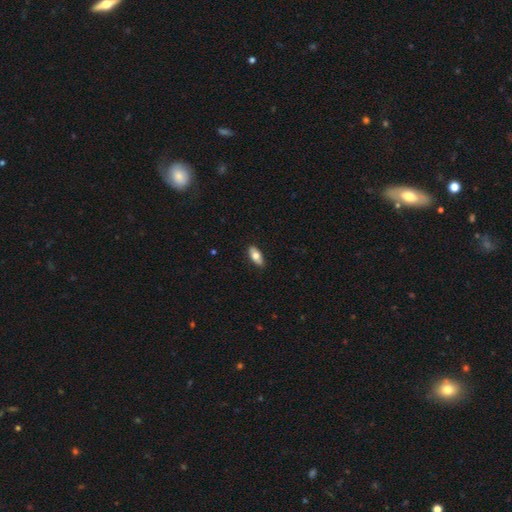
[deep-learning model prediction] smooth_or_featured: smooth (p=0.70) [alt: featured or disk p=0.24]
how_rounded: in between (p=0.85) [alt: cigar-shaped p=0.12]
merging: none (p=0.85) [alt: minor disturbance p=0.12]